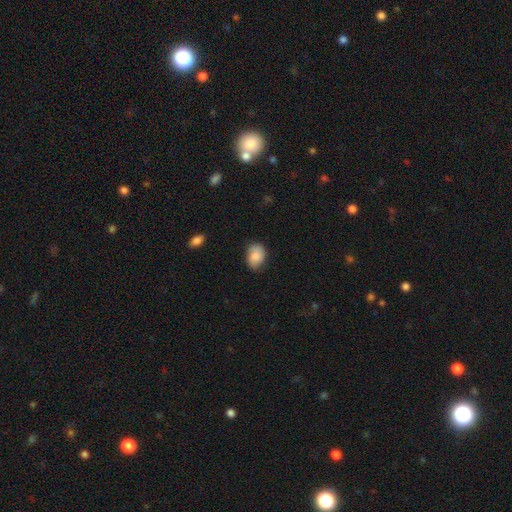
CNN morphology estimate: Smooth or featured? smooth (82%)
How rounded? in between (71%)
Merging? none (70%)